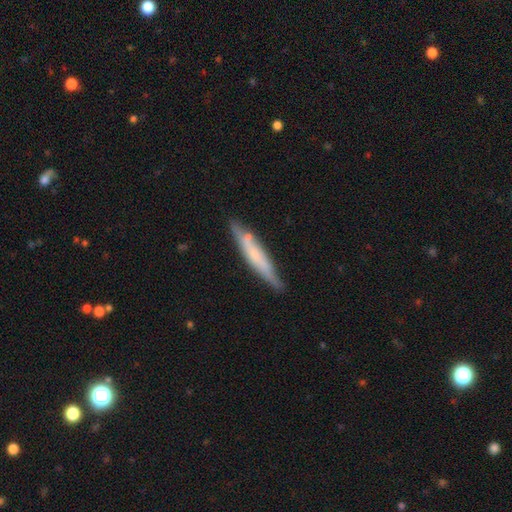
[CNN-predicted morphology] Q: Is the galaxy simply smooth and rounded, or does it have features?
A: smooth — 50%.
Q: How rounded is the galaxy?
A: cigar-shaped — 91%.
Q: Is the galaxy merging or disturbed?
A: none — 77%.